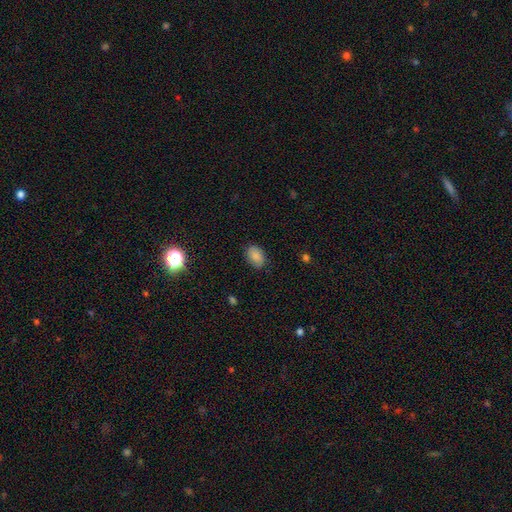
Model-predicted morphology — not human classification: A smooth galaxy with no disk features (85%) that is in between round and cigar-shaped (83%).

Vote fractions:
- Smooth or featured? smooth: 85% / star or artifact: 9% / featured or disk: 6%
- How rounded? in between: 83% / round: 16% / cigar-shaped: 1%
- Merging? none: 82% / minor disturbance: 14% / major disturbance: 3% / merger: 1%